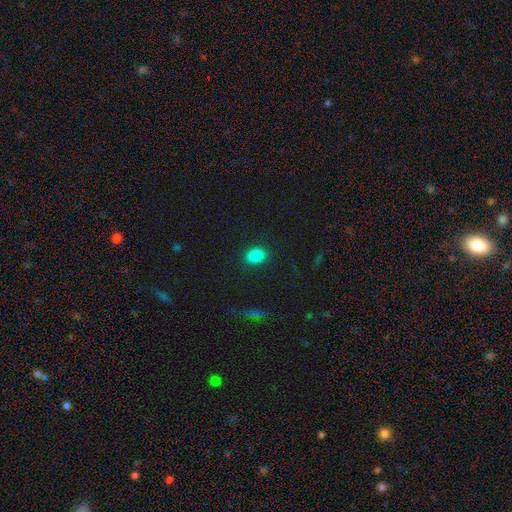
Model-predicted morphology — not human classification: Smooth or featured? smooth (86%)
How rounded? in between (72%)
Merging? none (88%)